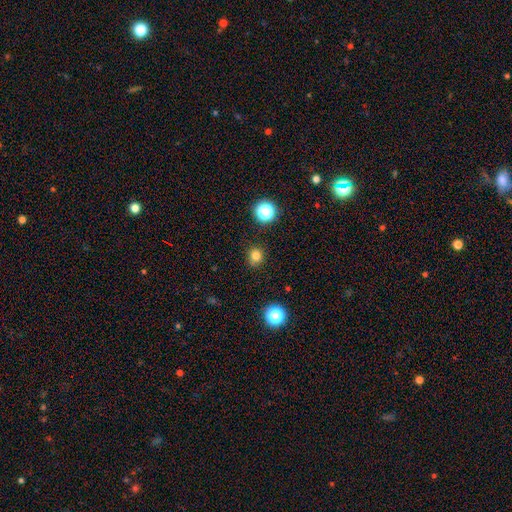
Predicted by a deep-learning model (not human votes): Smooth or featured?
  - smooth: 79% *
  - star or artifact: 16%
  - featured or disk: 5%
How rounded?
  - round: 87% *
  - in between: 12%
  - cigar-shaped: 1%
Merging?
  - none: 87% *
  - minor disturbance: 8%
  - major disturbance: 2%
  - merger: 2%